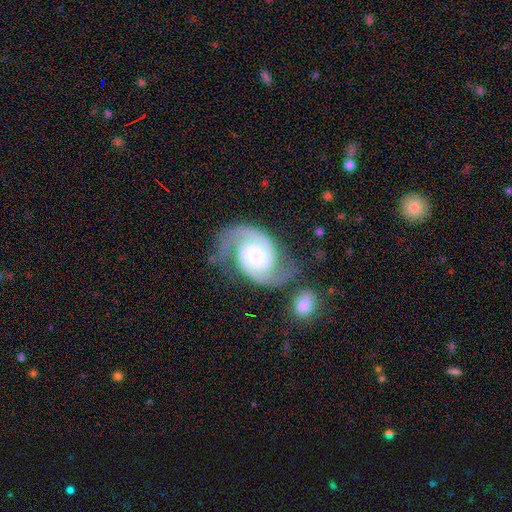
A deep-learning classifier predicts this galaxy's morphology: type=featured or disk (93%); edge-on=no (98%); bar=no (62%); spiral arms=yes (99%); winding=medium (53%); arm count=2 (94%); bulge=moderate (43%); merging=none (67%).